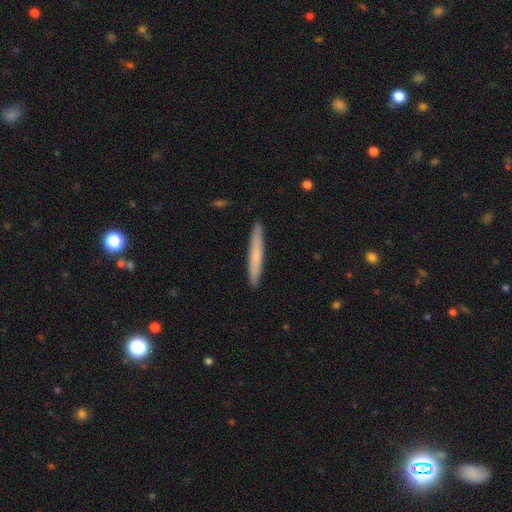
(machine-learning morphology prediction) The model was most divided on "smooth or featured": smooth: 66%, featured or disk: 28%, star or artifact: 6%. More confident: how rounded — cigar-shaped (96%); merging — none (92%).